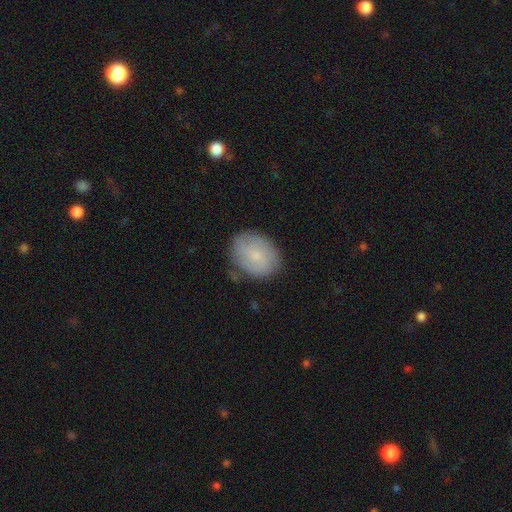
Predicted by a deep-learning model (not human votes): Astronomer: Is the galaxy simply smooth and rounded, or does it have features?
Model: smooth — 57% (runner-up: featured or disk, 36%).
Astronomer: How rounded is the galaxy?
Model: in between — 62%.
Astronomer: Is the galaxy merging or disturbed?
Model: none — 78%.